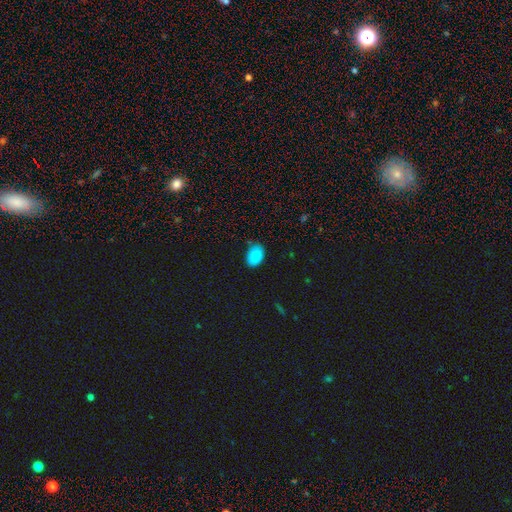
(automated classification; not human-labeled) smooth 88%, star or artifact 8%, featured or disk 4%. Down the decision tree: how rounded — in between (86%); merging — none (76%).